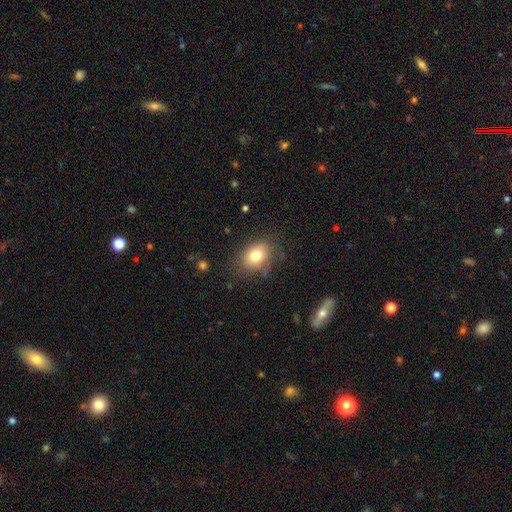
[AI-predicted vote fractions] A smooth galaxy with no disk features (76%) that is in between round and cigar-shaped (65%).

Vote fractions:
- Smooth or featured? smooth: 76% / featured or disk: 14% / star or artifact: 11%
- How rounded? in between: 65% / round: 34% / cigar-shaped: 1%
- Merging? none: 73% / minor disturbance: 18% / major disturbance: 6% / merger: 2%